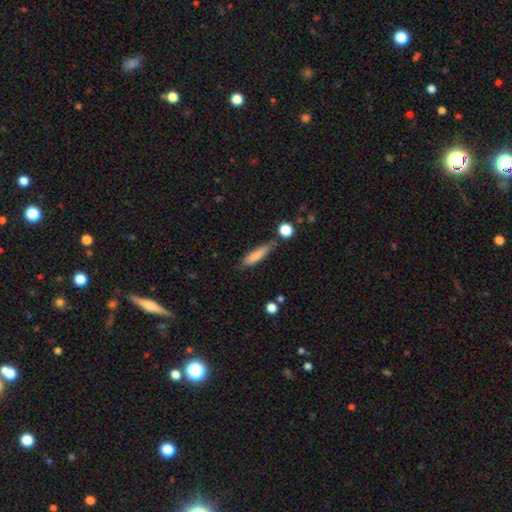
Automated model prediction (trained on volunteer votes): This appears to be a smooth galaxy with no disk features (78%) that is cigar-shaped (82%). Merging: none (71%).